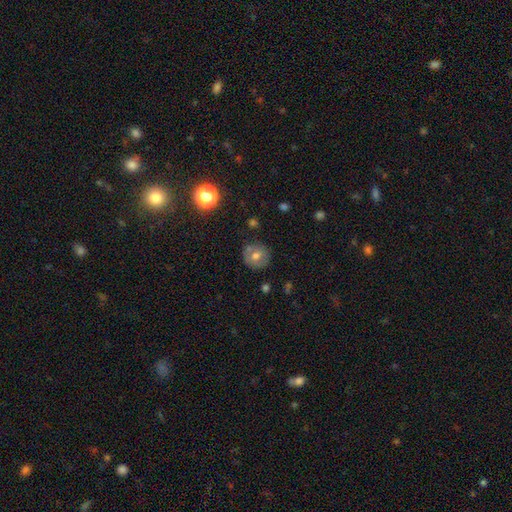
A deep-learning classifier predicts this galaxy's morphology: A smooth galaxy with no disk features (62%) that is round (89%). Merging: none (82%).